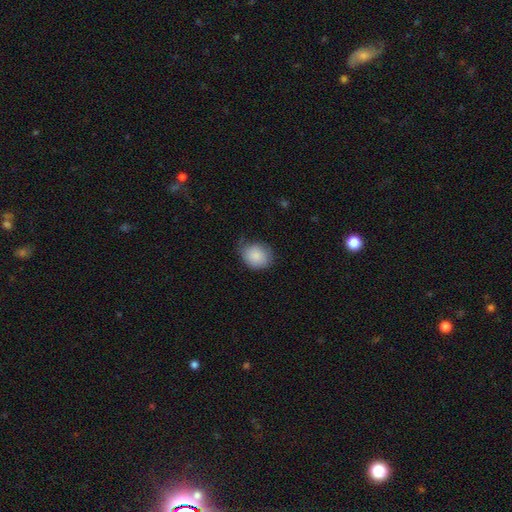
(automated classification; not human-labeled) Overall: smooth (86%). How rounded: round (62%; in between 37%). Merging: none (55%; minor disturbance 34%).